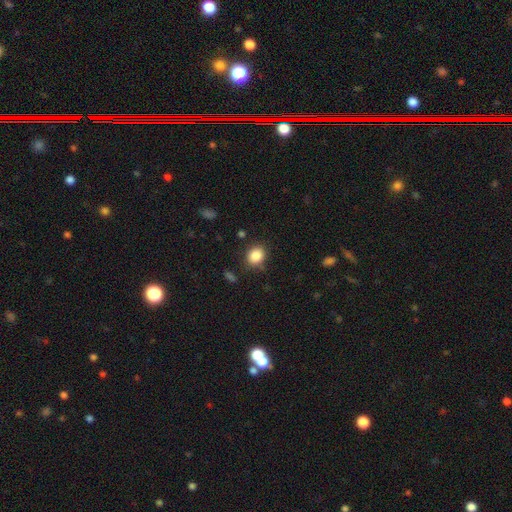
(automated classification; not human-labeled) smooth-or-featured: smooth: 86% | star or artifact: 9% | featured or disk: 5%
  how-rounded: round: 62% | in between: 37% | cigar-shaped: 1%
  merging: none: 83% | minor disturbance: 11% | major disturbance: 3% | merger: 2%